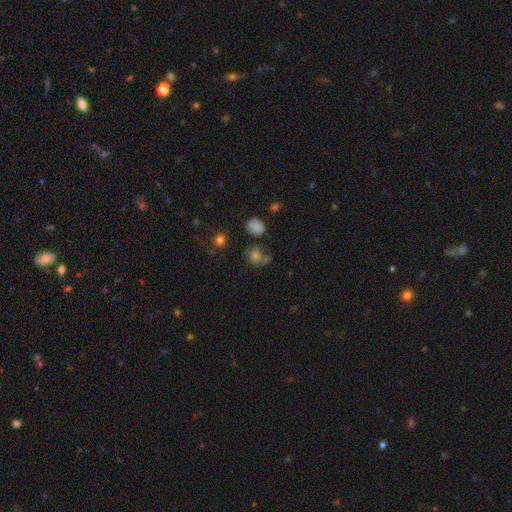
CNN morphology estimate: Smooth or featured: smooth — 67% (star or artifact — 20%)
How rounded: round — 71% (in between — 28%)
Merging: none — 56% (merger — 18%)